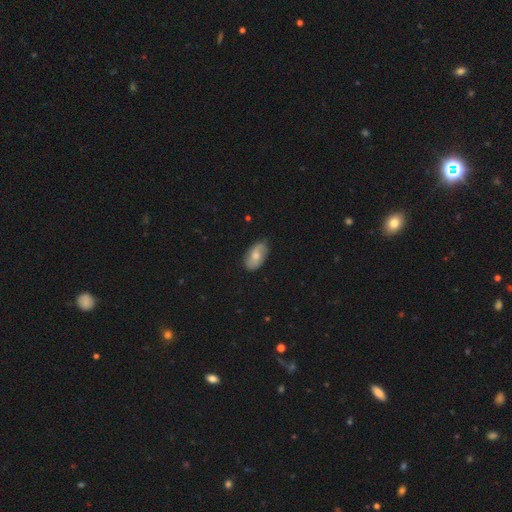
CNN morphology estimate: Overall: smooth (56%; featured or disk 38%). How rounded: in between (93%). Merging: none (81%).